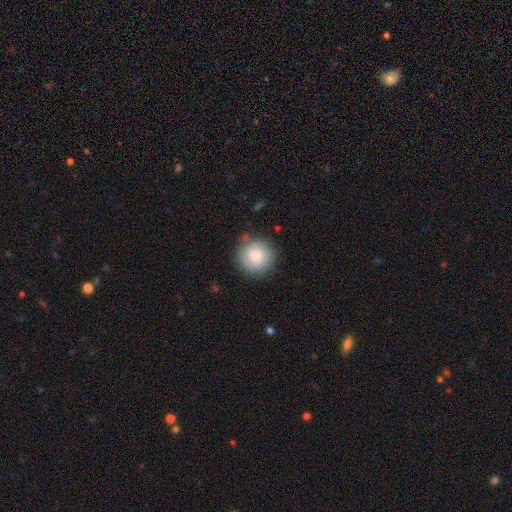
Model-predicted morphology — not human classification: This is likely a smooth galaxy (76%). How rounded: clearly round (95%). Merging: clearly none (83%).